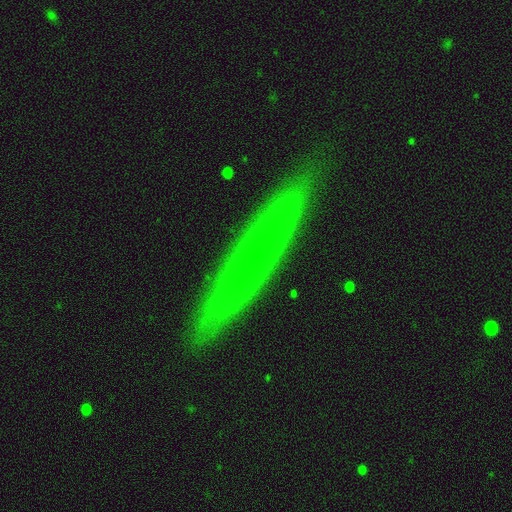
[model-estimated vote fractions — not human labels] smooth-or-featured: featured or disk: 49% | smooth: 42% | star or artifact: 8%
  merging: none: 90% | minor disturbance: 7% | major disturbance: 2% | merger: 1%